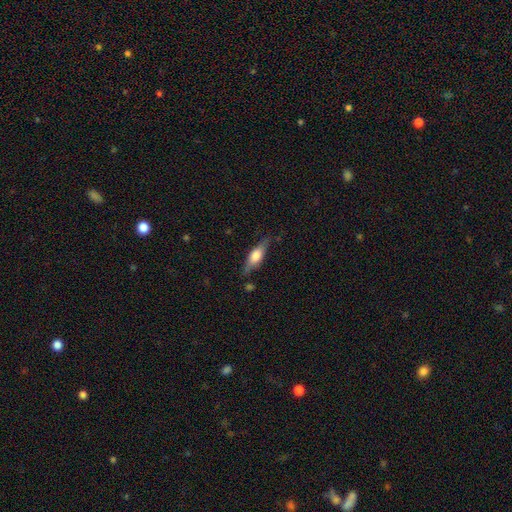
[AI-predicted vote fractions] A smooth galaxy with no disk features (48%). Merging: none (76%).